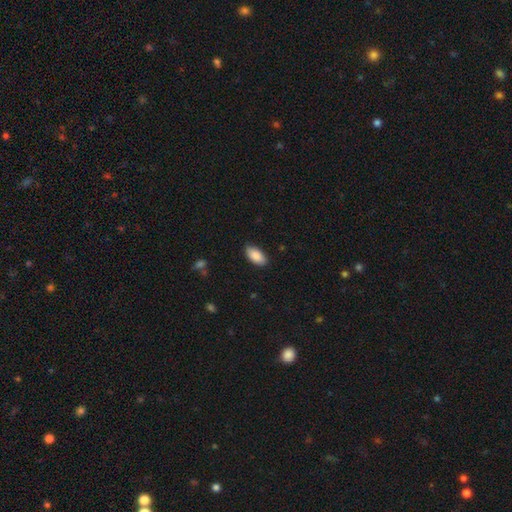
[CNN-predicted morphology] This is clearly a smooth galaxy (88%). How rounded: clearly in between (94%). Merging: clearly none (85%).